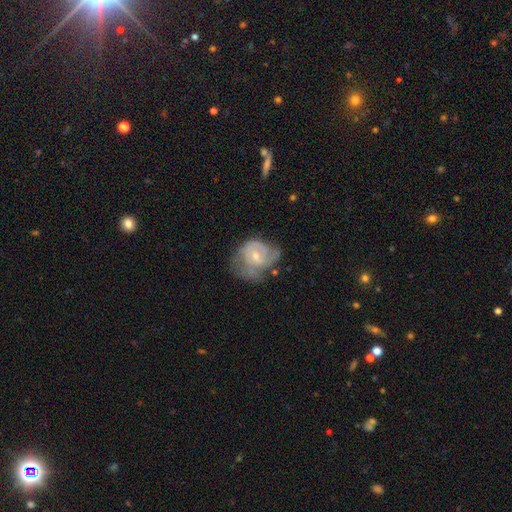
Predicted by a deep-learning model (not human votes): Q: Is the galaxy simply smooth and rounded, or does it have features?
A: featured or disk — 69%.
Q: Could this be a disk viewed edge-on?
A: no — 97%.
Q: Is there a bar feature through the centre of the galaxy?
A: no — 66%.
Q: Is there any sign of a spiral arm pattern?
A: yes — 81%.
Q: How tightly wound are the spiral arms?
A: tight — 48%.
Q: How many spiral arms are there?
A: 2 — 41%.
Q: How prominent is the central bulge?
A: small — 55%.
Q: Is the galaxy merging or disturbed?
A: none — 34%.